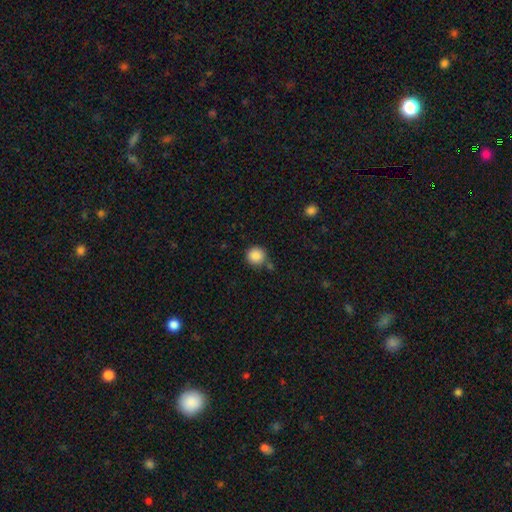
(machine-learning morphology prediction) Overall: smooth (88%). How rounded: round (95%). Merging: none (77%).